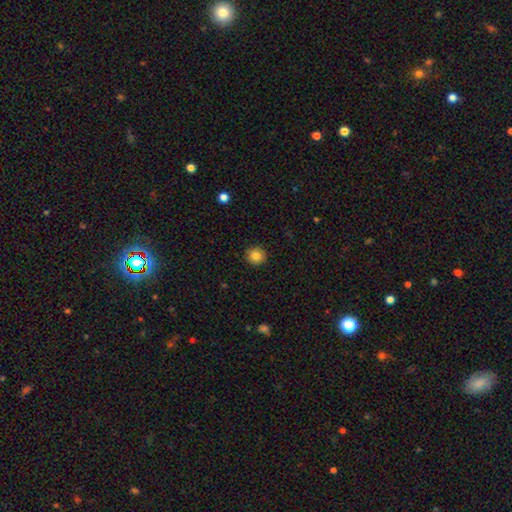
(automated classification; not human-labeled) A smooth galaxy with no disk features (83%) that is round (93%).

Vote fractions:
- Smooth or featured? smooth: 83% / star or artifact: 10% / featured or disk: 7%
- How rounded? round: 93% / in between: 6% / cigar-shaped: 1%
- Merging? none: 92% / minor disturbance: 6% / major disturbance: 2% / merger: 1%